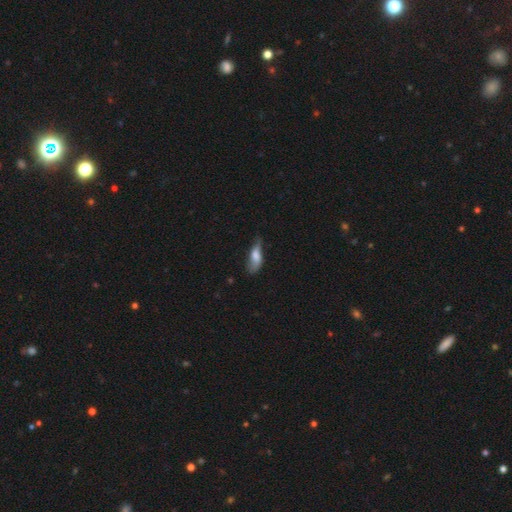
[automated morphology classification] Smooth or featured: smooth — 68% (featured or disk — 25%)
How rounded: in between — 67% (cigar-shaped — 30%)
Merging: none — 40% (minor disturbance — 38%)